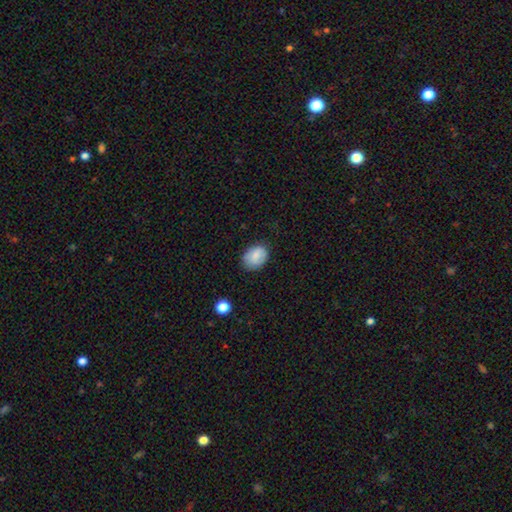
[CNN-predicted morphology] smooth_or_featured: smooth (p=0.82) [alt: featured or disk p=0.10]
how_rounded: in between (p=0.67) [alt: round p=0.32]
merging: none (p=0.76) [alt: minor disturbance p=0.18]